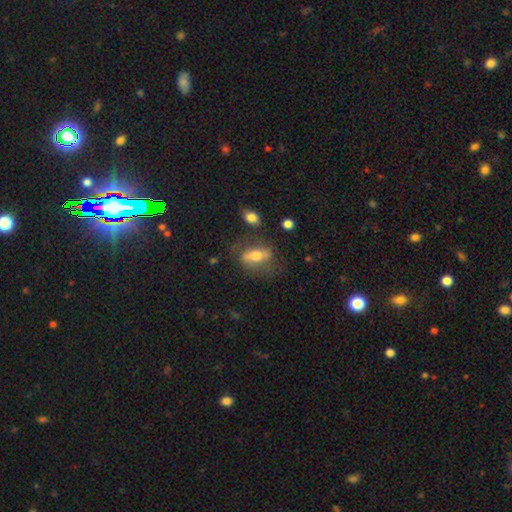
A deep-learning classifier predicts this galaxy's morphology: Q: Smooth or featured?
A: smooth (51%); runner-up: featured or disk (39%)
Q: How rounded?
A: in between (77%); runner-up: cigar-shaped (13%)
Q: Merging?
A: none (61%); runner-up: minor disturbance (20%)